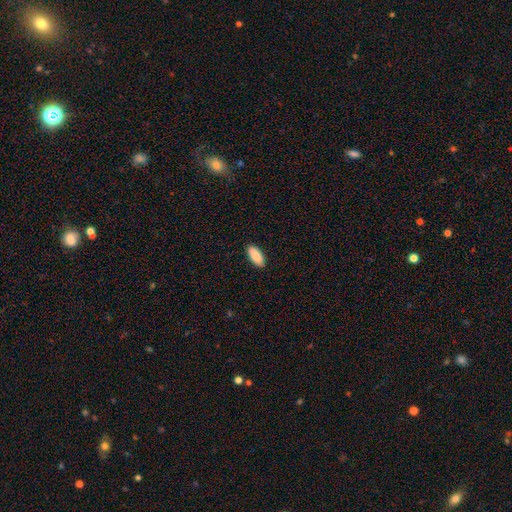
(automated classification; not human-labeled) A smooth galaxy with no disk features (90%) that is in between round and cigar-shaped (87%).

Vote fractions:
- Smooth or featured? smooth: 90% / star or artifact: 6% / featured or disk: 4%
- How rounded? in between: 87% / cigar-shaped: 11% / round: 2%
- Merging? none: 91% / minor disturbance: 7% / major disturbance: 2% / merger: 1%